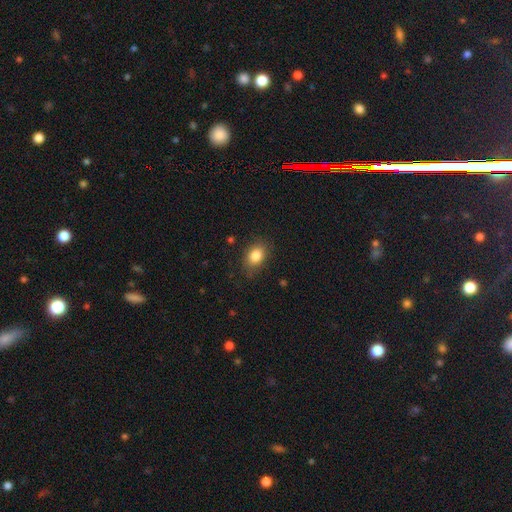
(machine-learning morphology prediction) smooth 84%, star or artifact 9%, featured or disk 7%. Down the decision tree: how rounded — in between (75%); merging — none (80%).